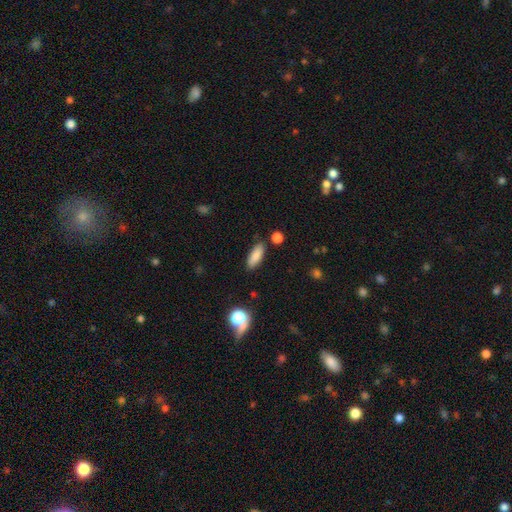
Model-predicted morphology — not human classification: A smooth galaxy with no disk features (84%) that is in between round and cigar-shaped (67%).

Vote fractions:
- Smooth or featured? smooth: 84% / star or artifact: 8% / featured or disk: 7%
- How rounded? in between: 67% / cigar-shaped: 30% / round: 3%
- Merging? none: 84% / minor disturbance: 10% / merger: 3% / major disturbance: 2%